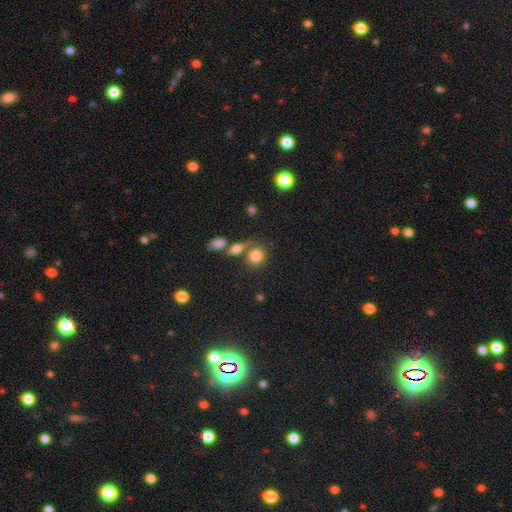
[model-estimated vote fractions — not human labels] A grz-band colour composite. It shows a smooth galaxy with no disk features (80%) that is round (74%). Merging: none (56%).